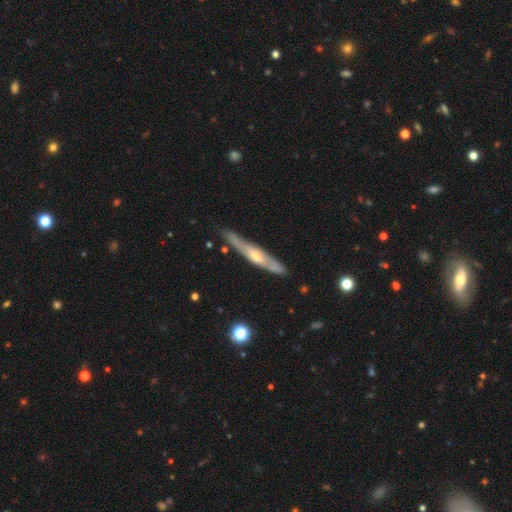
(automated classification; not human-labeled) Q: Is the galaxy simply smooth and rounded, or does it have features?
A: featured or disk — 67%.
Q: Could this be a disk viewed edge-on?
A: yes — 80%.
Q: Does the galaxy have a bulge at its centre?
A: rounded — 76%.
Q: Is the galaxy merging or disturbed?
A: none — 78%.